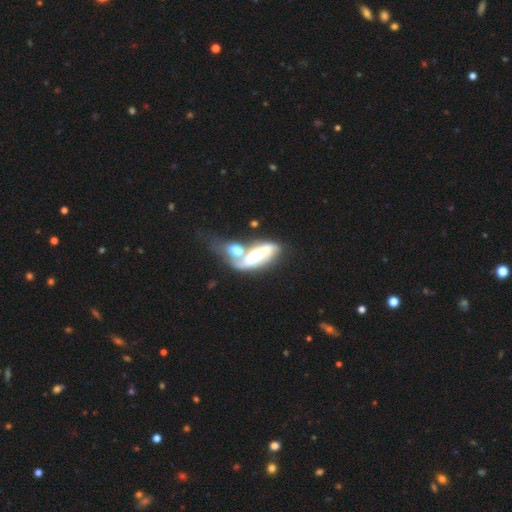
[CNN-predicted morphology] smooth_or_featured: featured or disk (p=0.54) [alt: smooth p=0.38]
disk_edge_on: no (p=0.87) [alt: yes p=0.13]
merging: merger (p=0.60) [alt: major disturbance p=0.17]